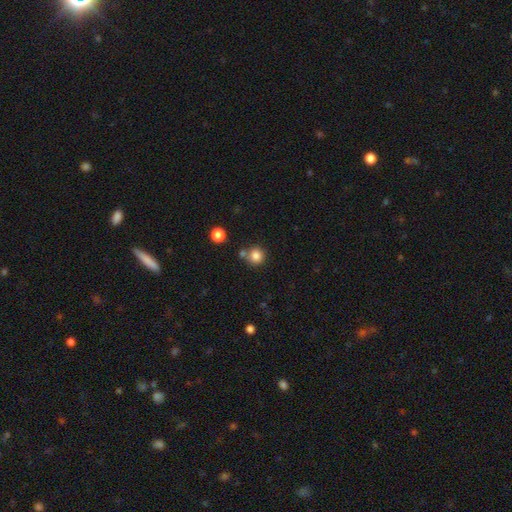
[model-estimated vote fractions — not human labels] smooth 83%, star or artifact 11%, featured or disk 5%. Down the decision tree: how rounded — round (92%); merging — none (71%).